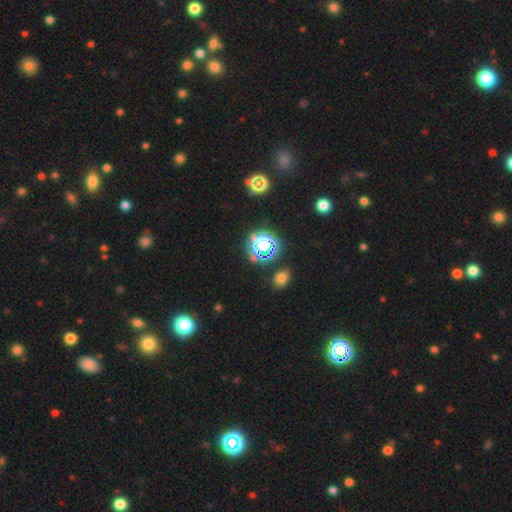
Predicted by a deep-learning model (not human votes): This is likely a star or artifact rather than a galaxy (65%).